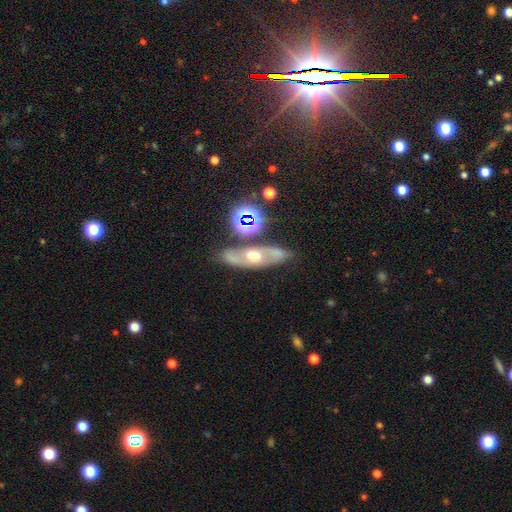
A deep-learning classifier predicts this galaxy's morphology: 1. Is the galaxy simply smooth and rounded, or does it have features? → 58% featured or disk, 23% smooth, 19% star or artifact.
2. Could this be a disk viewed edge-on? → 64% no, 36% yes.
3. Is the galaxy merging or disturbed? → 73% none, 13% minor disturbance, 8% merger, 5% major disturbance.